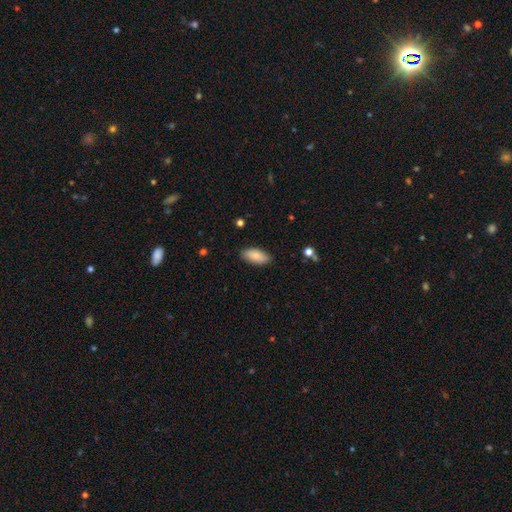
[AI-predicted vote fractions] smooth_or_featured: smooth (p=0.86) [alt: featured or disk p=0.08]
how_rounded: in between (p=0.89) [alt: cigar-shaped p=0.10]
merging: none (p=0.86) [alt: minor disturbance p=0.10]